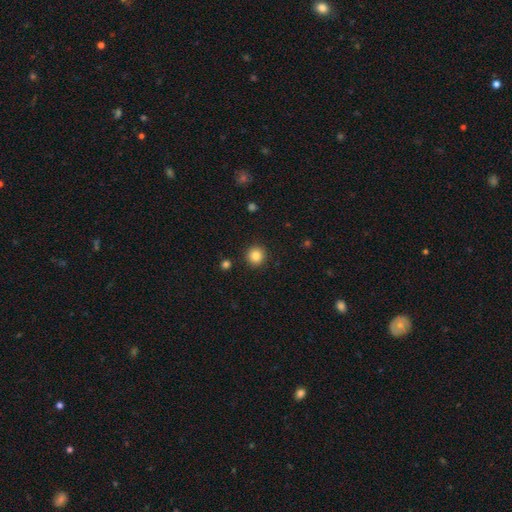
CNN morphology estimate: A smooth galaxy with no disk features (85%) that is round (94%).

Vote fractions:
- Smooth or featured? smooth: 85% / star or artifact: 10% / featured or disk: 5%
- How rounded? round: 94% / in between: 5% / cigar-shaped: 1%
- Merging? none: 91% / minor disturbance: 5% / major disturbance: 2% / merger: 2%